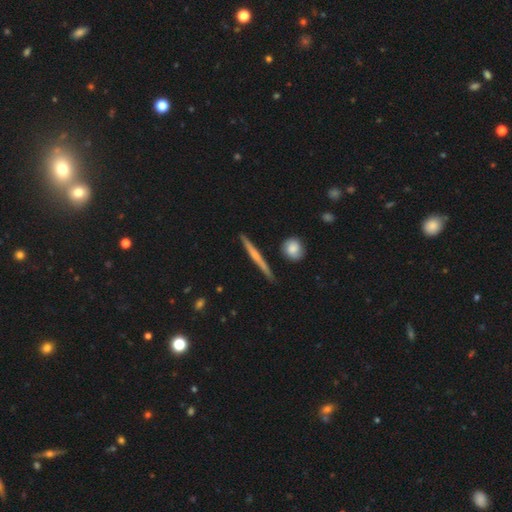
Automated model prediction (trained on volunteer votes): This appears to be a featured or disk galaxy (51%) viewed edge-on (97%). Merging: none (89%).